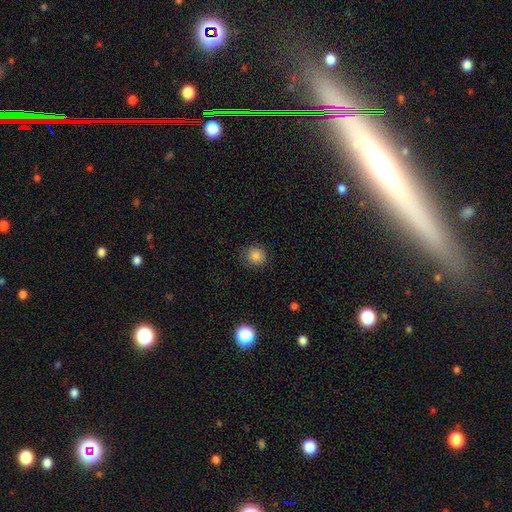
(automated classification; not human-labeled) A smooth galaxy with no disk features (84%) that is round (89%). Merging: none (84%).